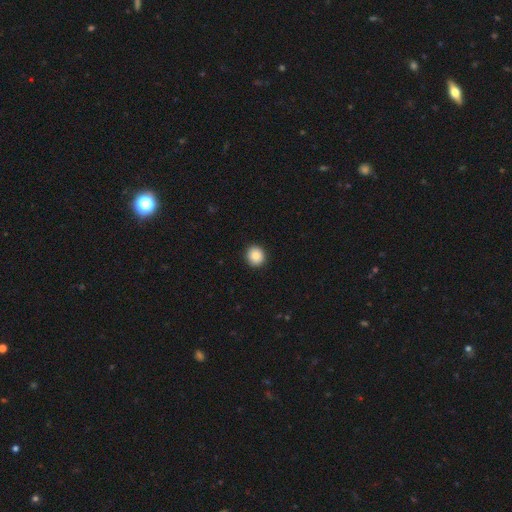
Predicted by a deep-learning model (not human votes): Morphology: type=smooth (88%); roundness=round (90%); merging=none (93%).